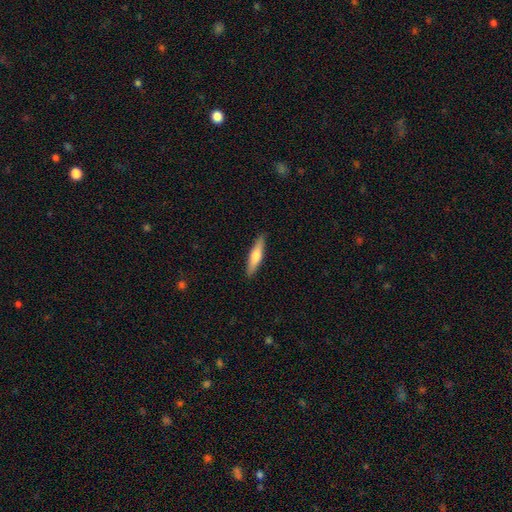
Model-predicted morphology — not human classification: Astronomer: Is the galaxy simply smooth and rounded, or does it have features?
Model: smooth — 57% (runner-up: featured or disk, 38%).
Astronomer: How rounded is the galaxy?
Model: cigar-shaped — 80%.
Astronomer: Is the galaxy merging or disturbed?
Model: none — 90%.